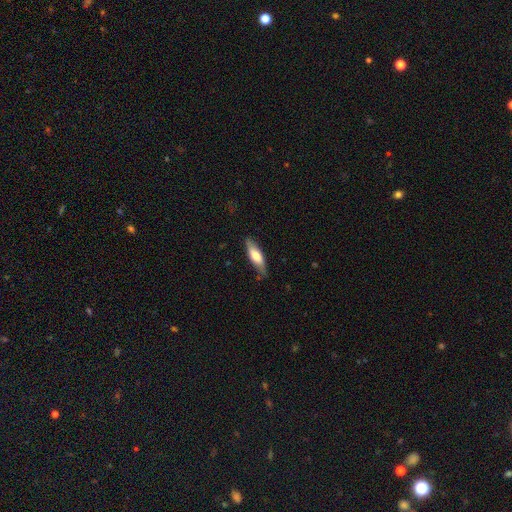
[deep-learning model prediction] This appears to be a smooth galaxy with no disk features (62%) that is cigar-shaped (49%, tied with in between). Merging: none (77%).